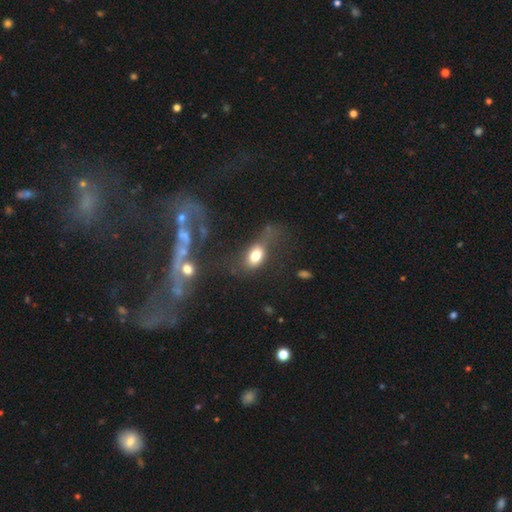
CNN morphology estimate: A smooth galaxy with no disk features (72%) that is in between round and cigar-shaped (80%).

Vote fractions:
- Smooth or featured? smooth: 72% / featured or disk: 19% / star or artifact: 10%
- How rounded? in between: 80% / round: 17% / cigar-shaped: 3%
- Merging? none: 37% / major disturbance: 32% / minor disturbance: 22% / merger: 9%